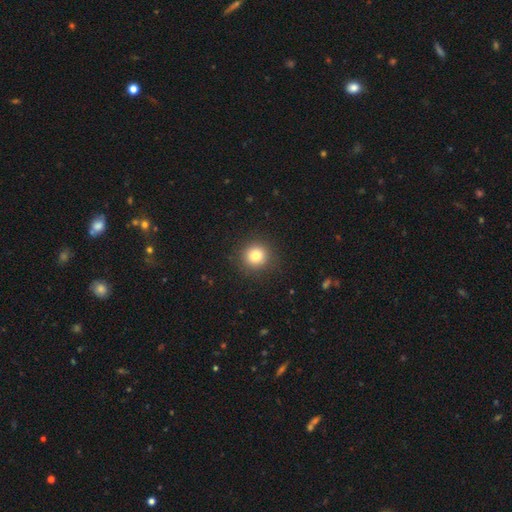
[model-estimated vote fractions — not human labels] Smooth or featured? smooth (81%)
How rounded? round (92%)
Merging? none (90%)